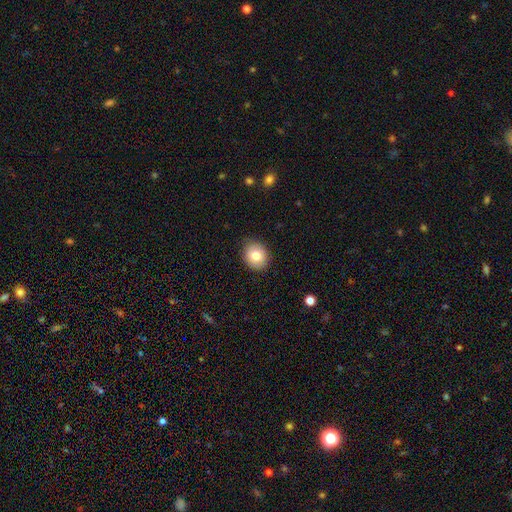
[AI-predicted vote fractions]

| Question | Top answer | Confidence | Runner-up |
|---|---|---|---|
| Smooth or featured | smooth | 79% | featured or disk (11%) |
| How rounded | round | 69% | in between (30%) |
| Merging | none | 87% | minor disturbance (10%) |